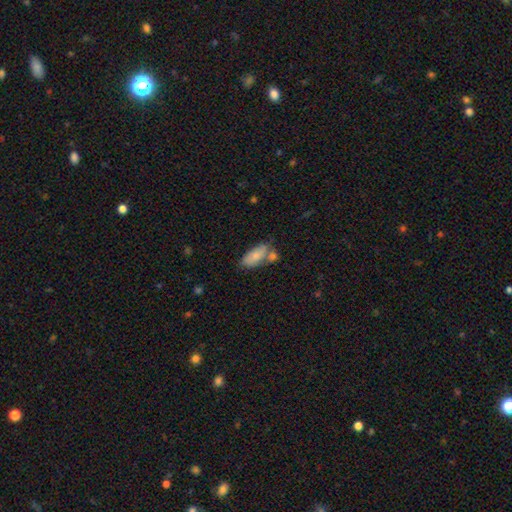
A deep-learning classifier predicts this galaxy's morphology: Overall: smooth (75%). How rounded: in between (87%). Merging: none (45%; merger 30%).